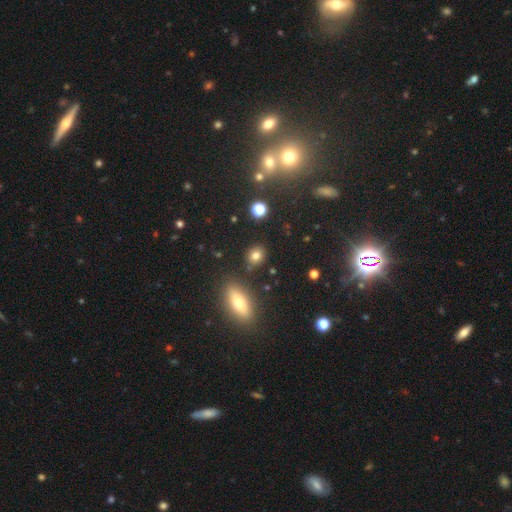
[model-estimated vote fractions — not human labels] smooth 78%, star or artifact 14%, featured or disk 8%. Down the decision tree: how rounded — round (58%); merging — none (83%).